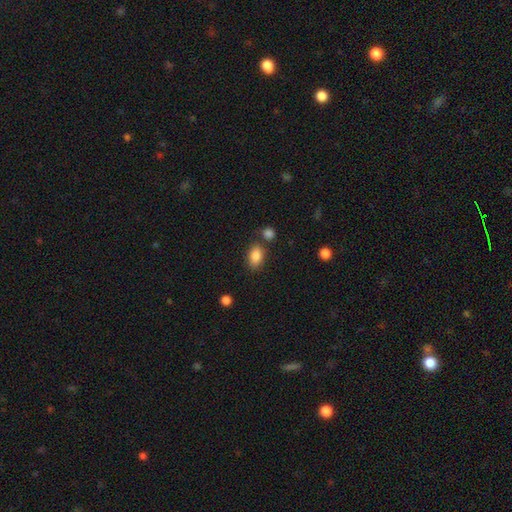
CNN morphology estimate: smooth-or-featured: smooth: 86% | star or artifact: 9% | featured or disk: 6%
  how-rounded: in between: 87% | round: 11% | cigar-shaped: 2%
  merging: none: 71% | minor disturbance: 14% | merger: 11% | major disturbance: 4%